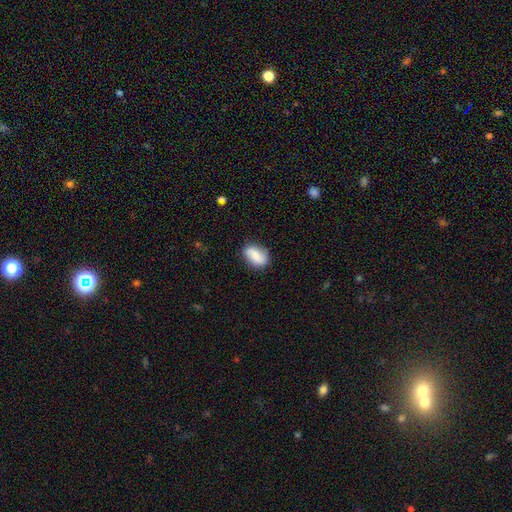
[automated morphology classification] smooth-or-featured: smooth: 79% | featured or disk: 14% | star or artifact: 7%
  how-rounded: in between: 85% | round: 12% | cigar-shaped: 3%
  merging: none: 78% | minor disturbance: 17% | major disturbance: 4% | merger: 2%